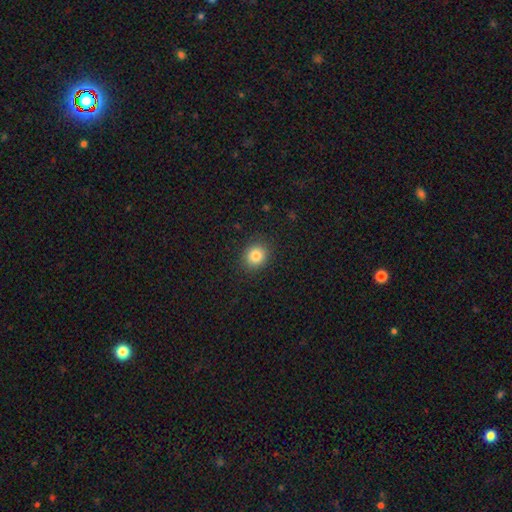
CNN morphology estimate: Smooth or featured? smooth (83%)
How rounded? round (80%)
Merging? none (89%)